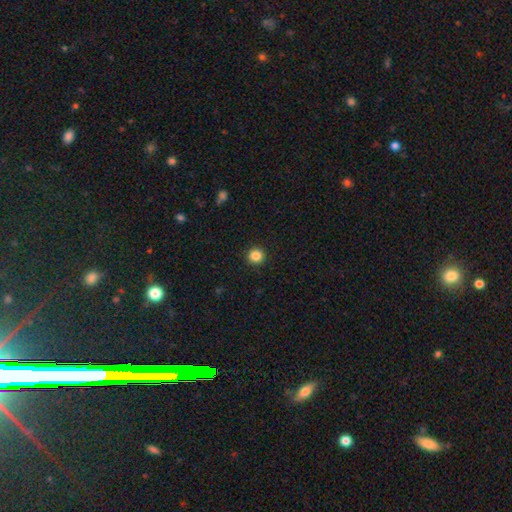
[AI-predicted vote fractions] smooth-or-featured: smooth: 86% | star or artifact: 11% | featured or disk: 3%
  how-rounded: round: 94% | in between: 5% | cigar-shaped: 1%
  merging: none: 93% | minor disturbance: 4% | major disturbance: 2% | merger: 1%